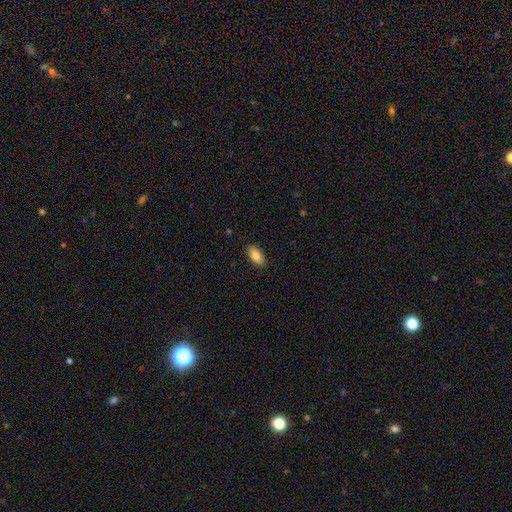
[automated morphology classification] Smooth or featured: smooth — 85% (featured or disk — 8%)
How rounded: in between — 91% (cigar-shaped — 7%)
Merging: none — 88% (minor disturbance — 9%)